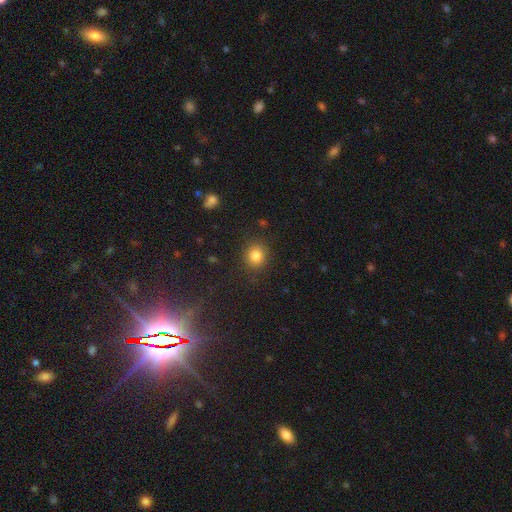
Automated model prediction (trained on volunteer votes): Smooth or featured? Predicted: smooth (p=0.82). How rounded? Predicted: round (p=0.82). Merging? Predicted: none (p=0.87).